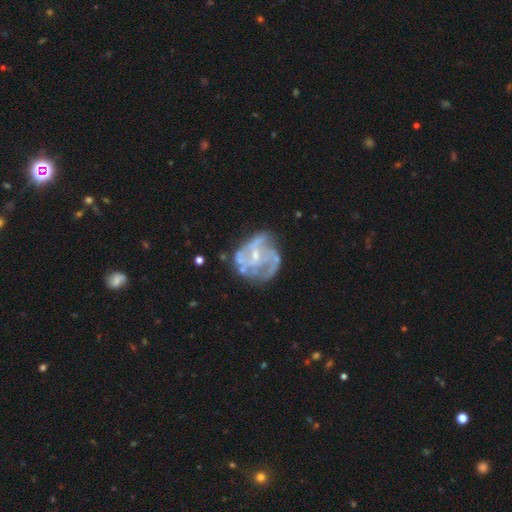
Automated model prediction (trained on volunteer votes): Q: Smooth or featured?
A: featured or disk (80%); runner-up: smooth (13%)
Q: Edge-on disk?
A: no (98%); runner-up: yes (2%)
Q: Bar?
A: no (59%); runner-up: weak (34%)
Q: Spiral arms?
A: yes (67%); runner-up: no (33%)
Q: Spiral winding?
A: medium (41%); runner-up: tight (36%)
Q: Spiral arm count?
A: can't tell (38%); runner-up: 3 (25%)
Q: Bulge size?
A: small (59%); runner-up: moderate (30%)
Q: Merging?
A: none (50%); runner-up: minor disturbance (23%)